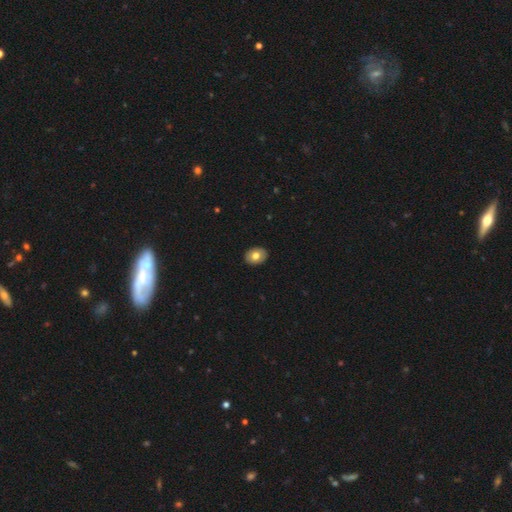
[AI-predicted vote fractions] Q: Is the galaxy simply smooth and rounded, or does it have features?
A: smooth — 72%.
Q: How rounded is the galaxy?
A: in between — 65%.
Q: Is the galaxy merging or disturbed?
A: none — 90%.